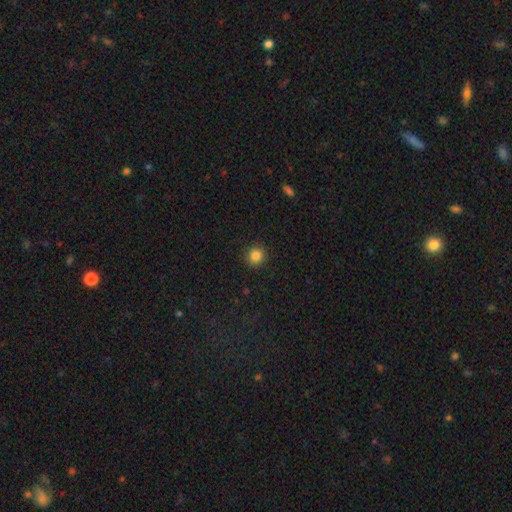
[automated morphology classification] smooth-or-featured: smooth: 85% | star or artifact: 11% | featured or disk: 4%
  how-rounded: round: 90% | in between: 9% | cigar-shaped: 1%
  merging: none: 90% | minor disturbance: 7% | major disturbance: 2% | merger: 1%